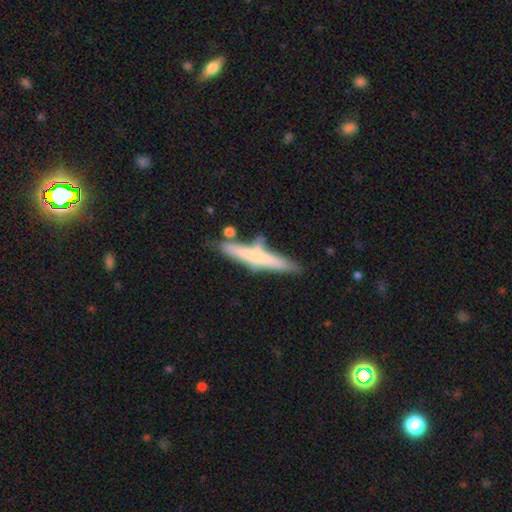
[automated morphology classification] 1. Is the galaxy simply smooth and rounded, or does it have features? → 47% smooth, 46% featured or disk, 7% star or artifact.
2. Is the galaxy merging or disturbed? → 63% none, 18% minor disturbance, 14% merger, 6% major disturbance.